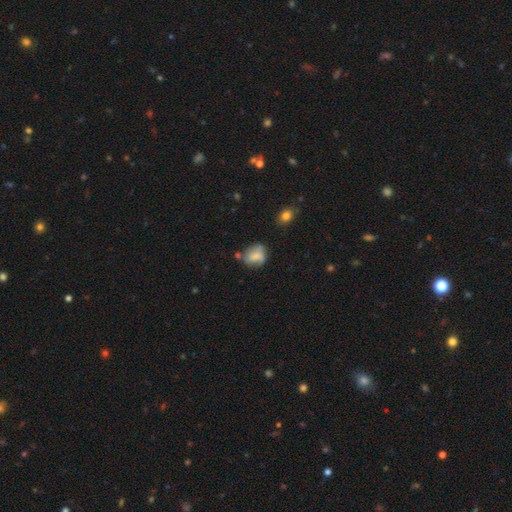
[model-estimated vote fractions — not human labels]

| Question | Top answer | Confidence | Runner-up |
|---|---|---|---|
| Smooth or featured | smooth | 61% | featured or disk (29%) |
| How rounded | round | 55% | in between (44%) |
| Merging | none | 47% | minor disturbance (28%) |